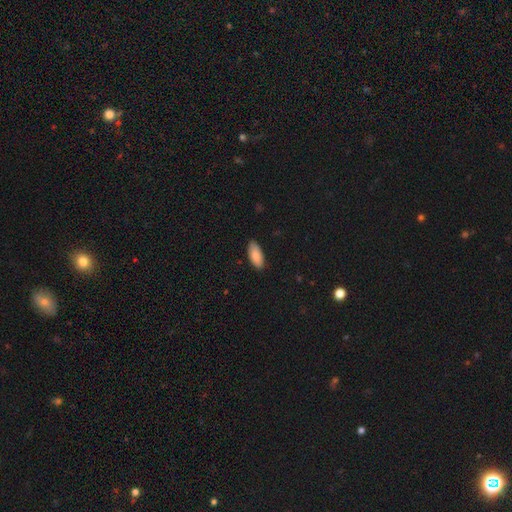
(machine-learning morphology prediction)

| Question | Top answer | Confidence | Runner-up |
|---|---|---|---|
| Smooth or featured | smooth | 86% | featured or disk (8%) |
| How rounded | in between | 88% | cigar-shaped (10%) |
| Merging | none | 87% | minor disturbance (10%) |